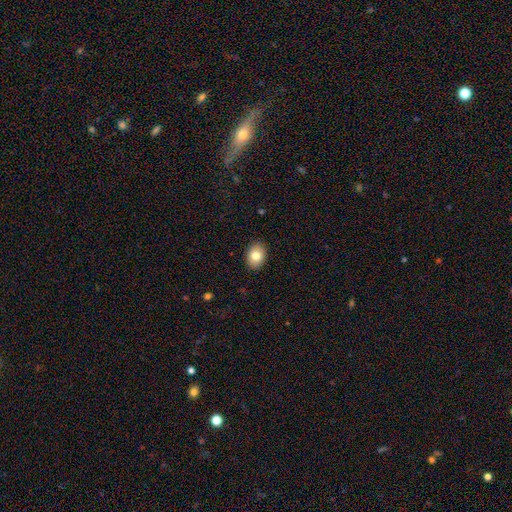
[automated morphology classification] smooth_or_featured: smooth (p=0.79) [alt: featured or disk p=0.13]
how_rounded: in between (p=0.70) [alt: round p=0.29]
merging: none (p=0.90) [alt: minor disturbance p=0.07]